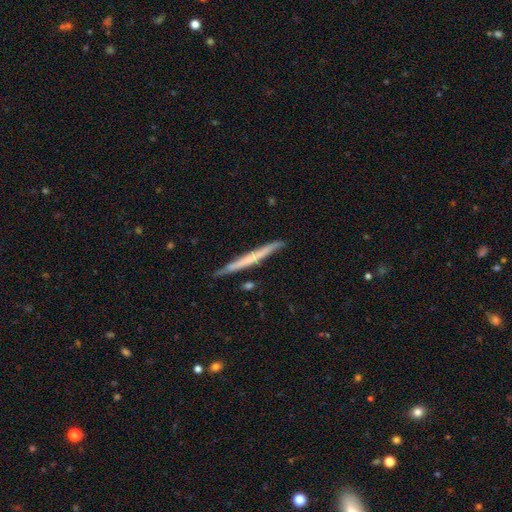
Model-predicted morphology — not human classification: A featured or disk galaxy (52%) viewed edge-on (97%) with no central bulge (77%). Merging: none (89%).